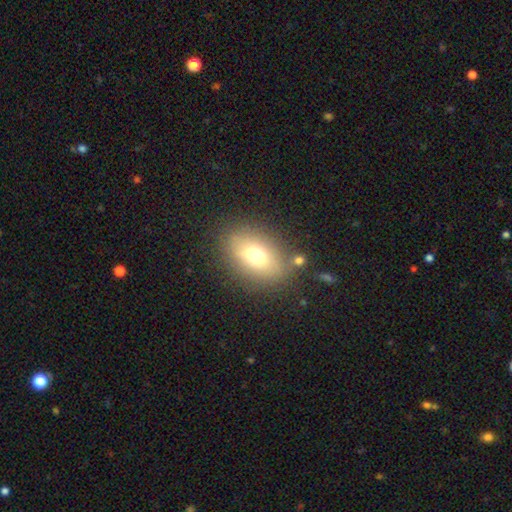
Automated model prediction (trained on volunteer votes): This is likely a smooth galaxy (69%). How rounded: clearly in between (81%). Merging: likely none (77%).